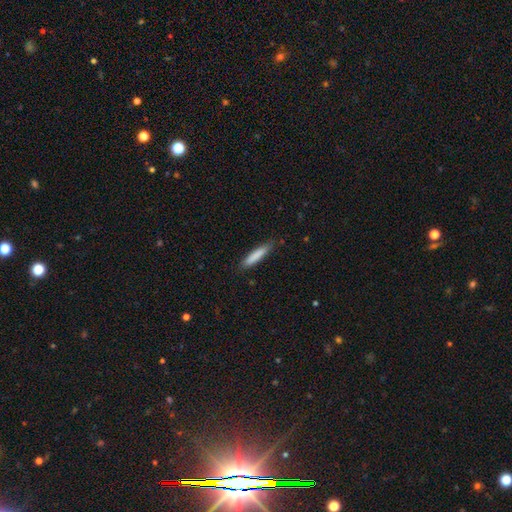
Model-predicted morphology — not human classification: smooth 83%, featured or disk 11%, star or artifact 6%. Down the decision tree: how rounded — cigar-shaped (88%); merging — none (83%).